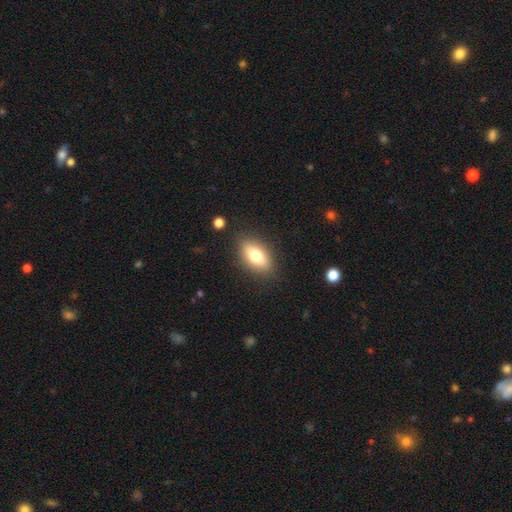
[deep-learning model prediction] A smooth galaxy with no disk features (74%) that is in between round and cigar-shaped (86%). Merging: none (86%).